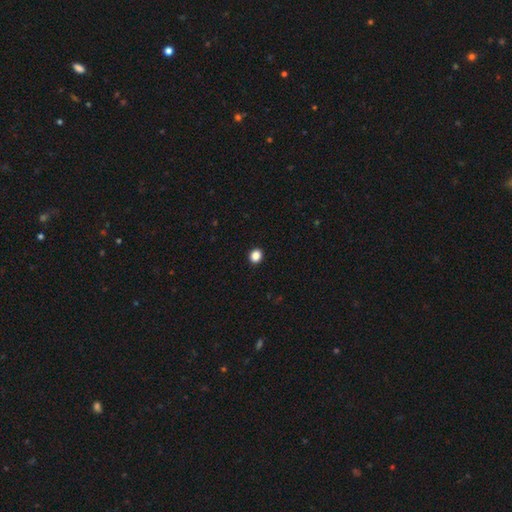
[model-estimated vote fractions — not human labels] smooth_or_featured: smooth (p=0.87) [alt: star or artifact p=0.11]
how_rounded: round (p=0.68) [alt: in between p=0.31]
merging: none (p=0.92) [alt: minor disturbance p=0.05]